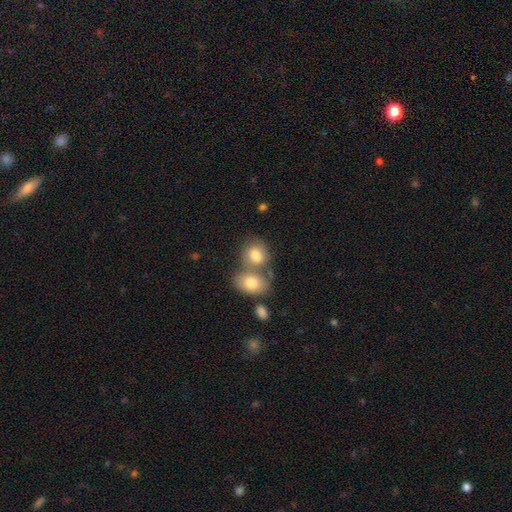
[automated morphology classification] A smooth galaxy with no disk features (79%) that is round (52%).

Vote fractions:
- Smooth or featured? smooth: 79% / featured or disk: 13% / star or artifact: 8%
- How rounded? round: 52% / in between: 47% / cigar-shaped: 1%
- Merging? merger: 51% / none: 36% / minor disturbance: 10% / major disturbance: 4%